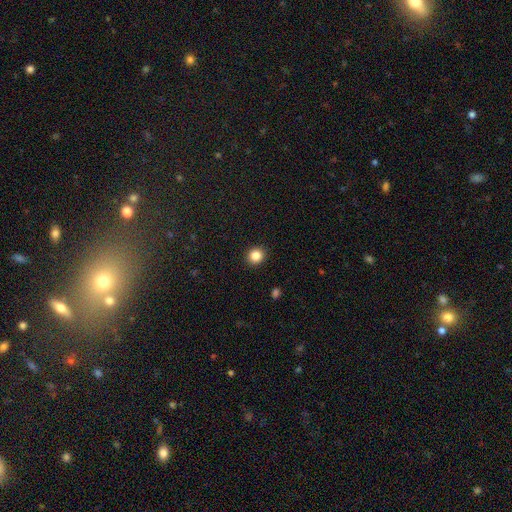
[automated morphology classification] A smooth galaxy with no disk features (85%) that is round (88%).

Vote fractions:
- Smooth or featured? smooth: 85% / star or artifact: 11% / featured or disk: 4%
- How rounded? round: 88% / in between: 11% / cigar-shaped: 1%
- Merging? none: 92% / minor disturbance: 5% / major disturbance: 2% / merger: 1%